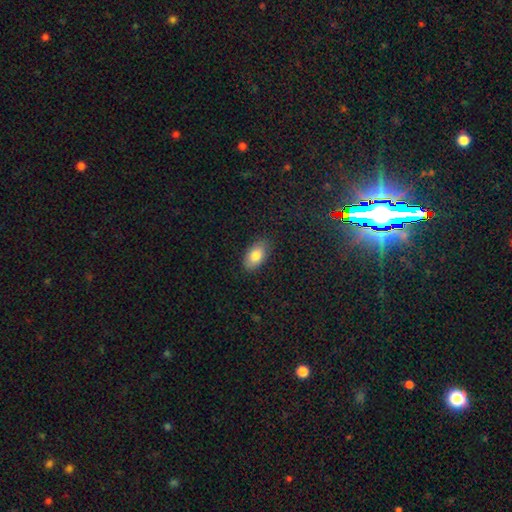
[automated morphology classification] A smooth galaxy with no disk features (80%) that is in between round and cigar-shaped (93%).

Vote fractions:
- Smooth or featured? smooth: 80% / featured or disk: 13% / star or artifact: 7%
- How rounded? in between: 93% / round: 5% / cigar-shaped: 2%
- Merging? none: 85% / minor disturbance: 12% / major disturbance: 2% / merger: 1%